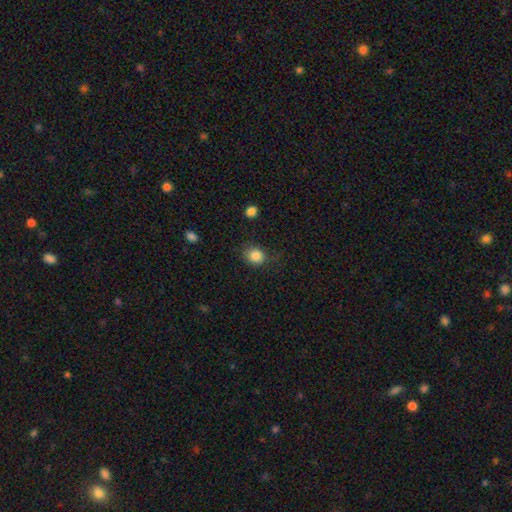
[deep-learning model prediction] This is clearly a smooth galaxy (86%). How rounded: likely round (72%). Merging: likely none (78%).